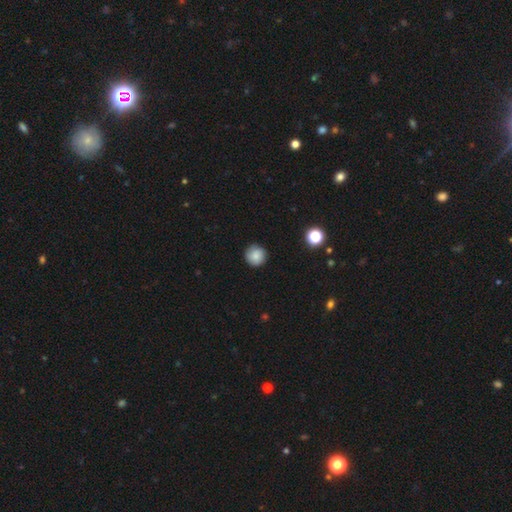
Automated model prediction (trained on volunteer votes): smooth_or_featured: smooth (p=0.83) [alt: star or artifact p=0.09]
how_rounded: round (p=0.95) [alt: in between p=0.04]
merging: none (p=0.89) [alt: minor disturbance p=0.08]